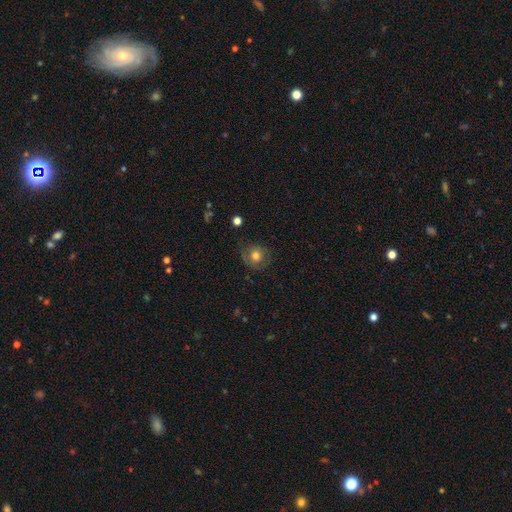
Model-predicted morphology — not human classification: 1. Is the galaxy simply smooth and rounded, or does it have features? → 68% smooth, 22% featured or disk, 10% star or artifact.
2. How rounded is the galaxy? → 87% round, 12% in between, 1% cigar-shaped.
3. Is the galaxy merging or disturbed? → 71% none, 19% minor disturbance, 8% major disturbance, 1% merger.